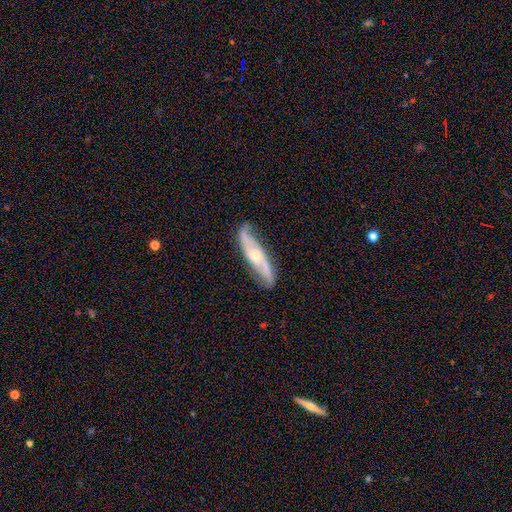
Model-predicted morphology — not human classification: Overall: featured or disk (75%). Edge-on disk: no (72%). Bar: no (62%; weak 27%). Spiral arms: yes (90%). Bulge size: moderate (50%; small 45%). Merging: none (74%).